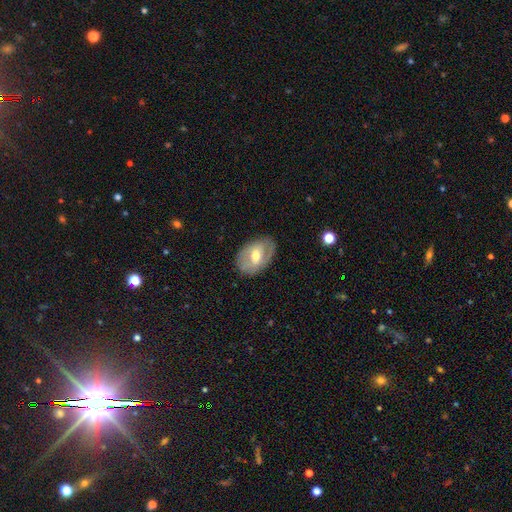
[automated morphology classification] Smooth or featured?
  - featured or disk: 54% *
  - smooth: 40%
  - star or artifact: 6%
Edge-on disk?
  - no: 92% *
  - yes: 8%
Merging?
  - none: 78% *
  - minor disturbance: 16%
  - major disturbance: 5%
  - merger: 1%